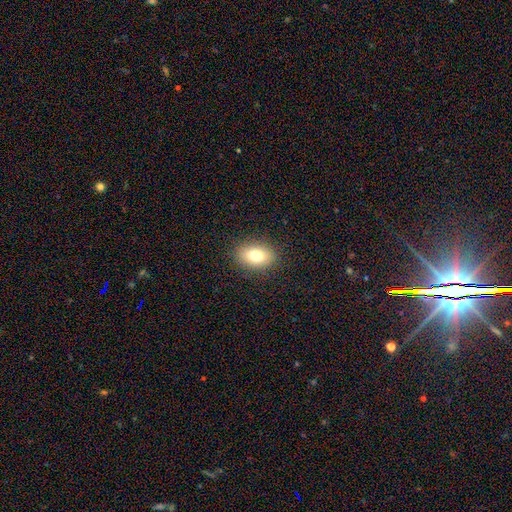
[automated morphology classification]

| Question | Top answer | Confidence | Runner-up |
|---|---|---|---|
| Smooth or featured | smooth | 79% | featured or disk (11%) |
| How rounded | in between | 78% | round (21%) |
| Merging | none | 88% | minor disturbance (8%) |